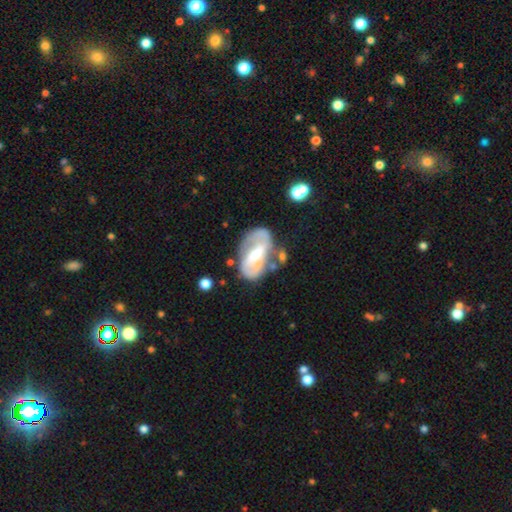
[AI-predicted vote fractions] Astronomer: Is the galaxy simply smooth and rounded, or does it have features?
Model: featured or disk — 71%.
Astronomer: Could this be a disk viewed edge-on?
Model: no — 96%.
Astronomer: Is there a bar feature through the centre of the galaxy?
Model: weak — 40% (runner-up: strong, 34%).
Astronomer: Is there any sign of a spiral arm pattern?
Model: yes — 69%.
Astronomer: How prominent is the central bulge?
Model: moderate — 46% (runner-up: small, 31%).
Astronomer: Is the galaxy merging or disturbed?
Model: none — 49% (runner-up: minor disturbance, 24%).